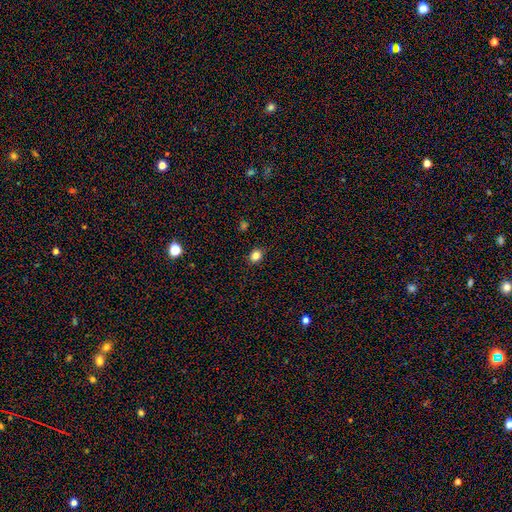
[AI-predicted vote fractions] Smooth or featured? Predicted: smooth (p=0.82). How rounded? Predicted: round (p=0.61). Merging? Predicted: none (p=0.88).